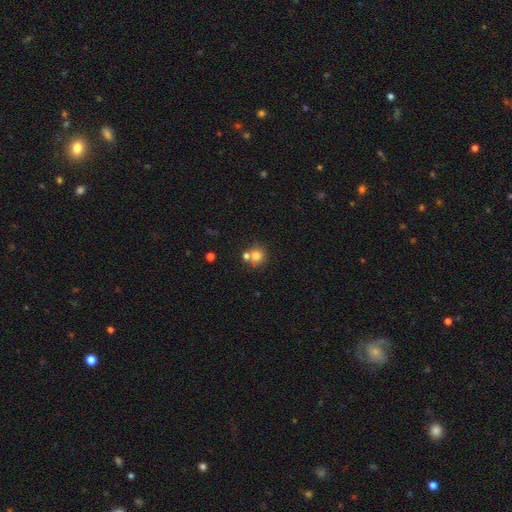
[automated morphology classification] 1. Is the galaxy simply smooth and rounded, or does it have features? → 78% smooth, 12% star or artifact, 10% featured or disk.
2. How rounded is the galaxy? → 87% round, 12% in between, 1% cigar-shaped.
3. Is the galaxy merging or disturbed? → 57% none, 30% merger, 10% minor disturbance, 3% major disturbance.